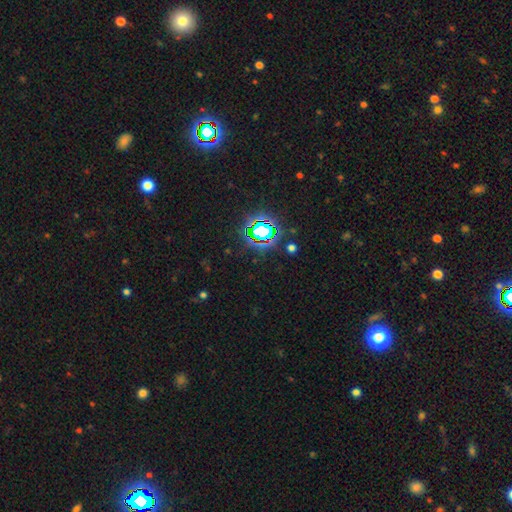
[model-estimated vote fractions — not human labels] Overall: star or artifact (80%).